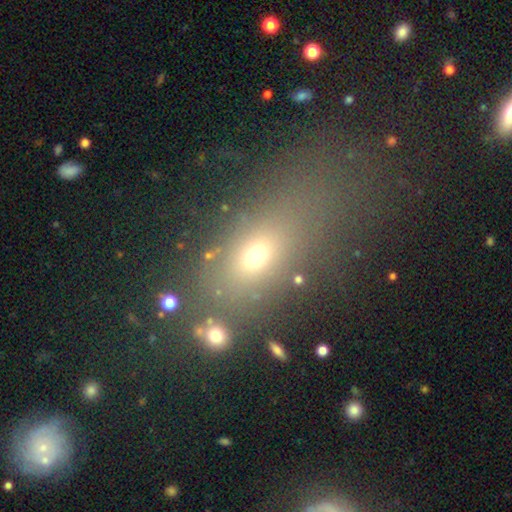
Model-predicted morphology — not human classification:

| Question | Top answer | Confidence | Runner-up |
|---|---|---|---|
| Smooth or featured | smooth | 65% | star or artifact (19%) |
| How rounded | in between | 69% | round (20%) |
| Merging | none | 64% | minor disturbance (15%) |